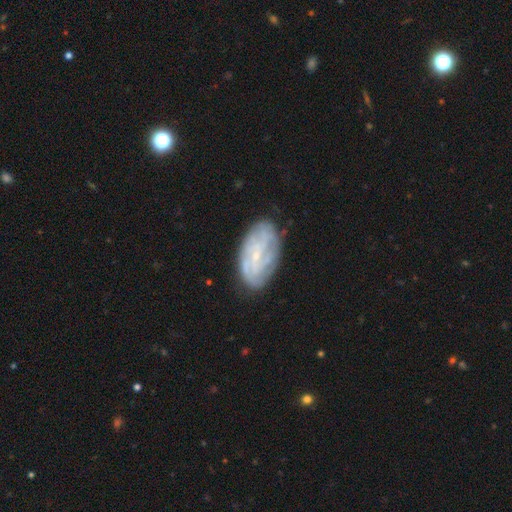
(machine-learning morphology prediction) type=featured or disk (69%); edge-on=no (95%); bar=no (49%); spiral arms=yes (81%); winding=tight (63%); arm count=can't tell (53%); bulge=small (77%); merging=none (76%).